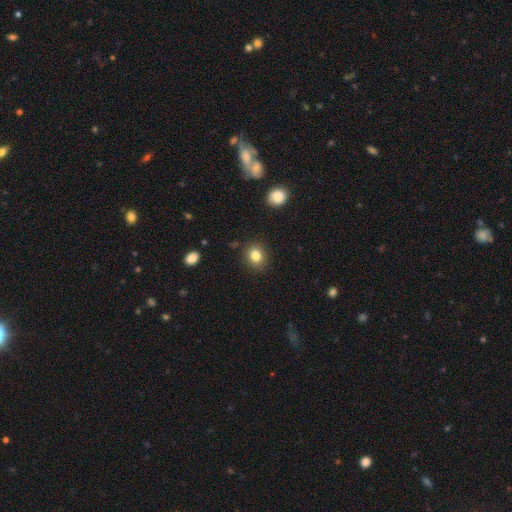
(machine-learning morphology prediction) smooth-or-featured: smooth: 83% | star or artifact: 11% | featured or disk: 6%
  how-rounded: round: 70% | in between: 29% | cigar-shaped: 1%
  merging: none: 87% | minor disturbance: 9% | major disturbance: 2% | merger: 2%